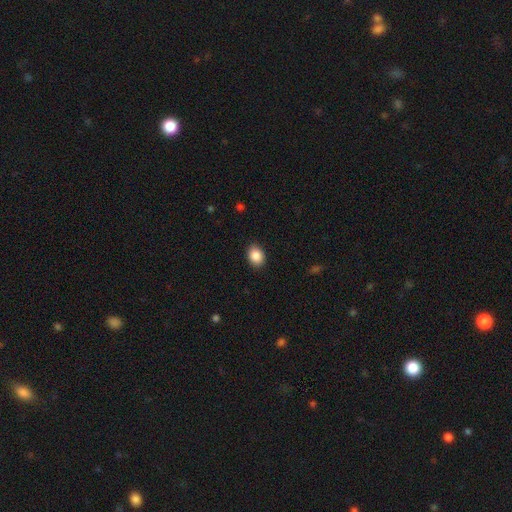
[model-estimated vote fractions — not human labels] The model was most divided on "how rounded": in between: 65%, round: 34%, cigar-shaped: 1%. More confident: merging — none (89%); smooth or featured — smooth (88%).